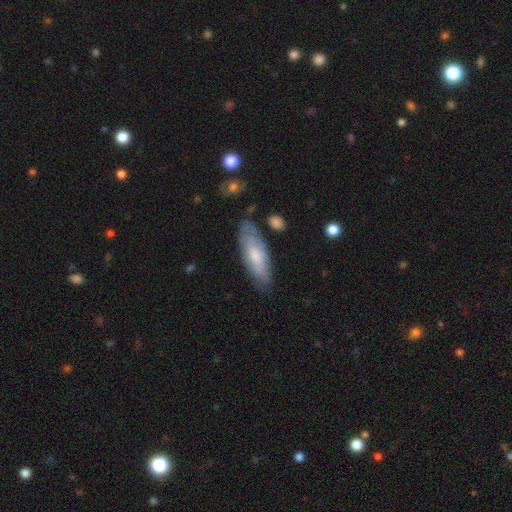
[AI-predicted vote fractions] A smooth galaxy with no disk features (60%) that is in between round and cigar-shaped (62%). Merging: none (73%).